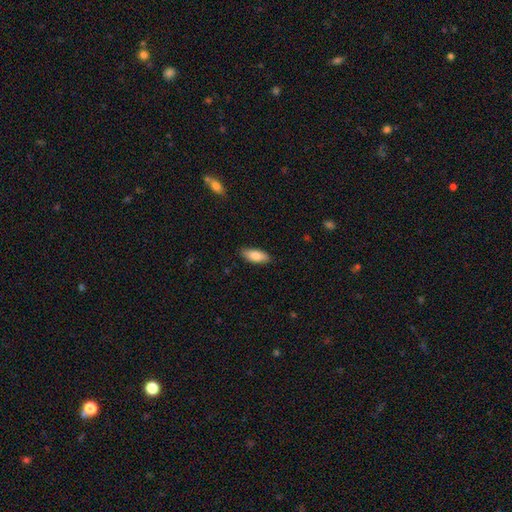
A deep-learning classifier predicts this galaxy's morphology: smooth-or-featured: smooth: 84% | featured or disk: 10% | star or artifact: 6%
  how-rounded: in between: 81% | cigar-shaped: 17% | round: 2%
  merging: none: 85% | minor disturbance: 12% | major disturbance: 2% | merger: 1%